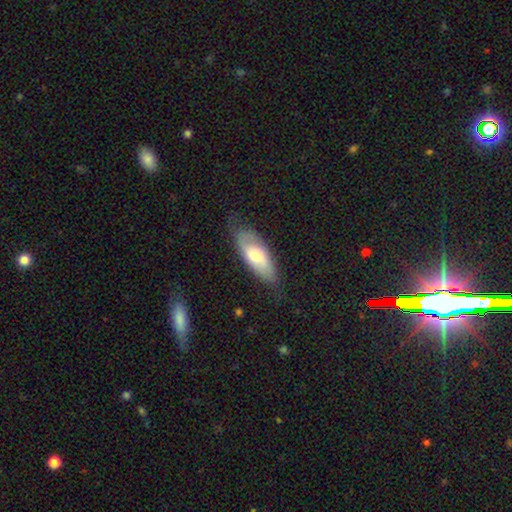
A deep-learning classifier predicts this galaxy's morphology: This is possibly a smooth galaxy (59%). How rounded: likely in between (78%). Merging: likely none (67%).